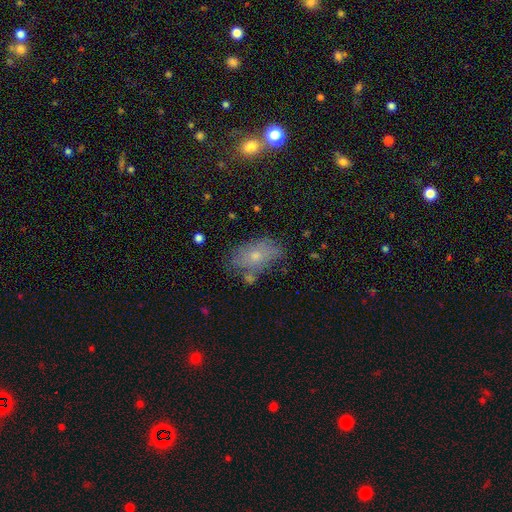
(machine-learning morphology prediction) type=smooth (57%); roundness=in between (88%); merging=none (62%).